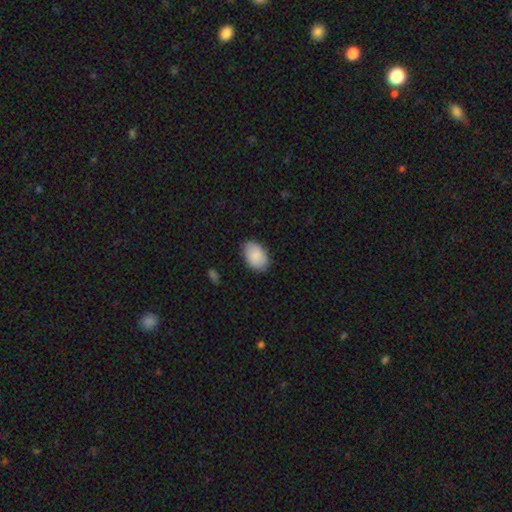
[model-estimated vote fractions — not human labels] smooth-or-featured: smooth: 88% | star or artifact: 6% | featured or disk: 6%
  how-rounded: in between: 89% | round: 10% | cigar-shaped: 1%
  merging: none: 83% | minor disturbance: 13% | major disturbance: 3% | merger: 1%